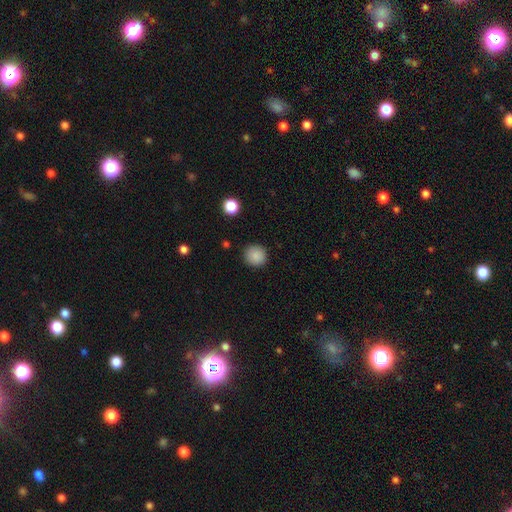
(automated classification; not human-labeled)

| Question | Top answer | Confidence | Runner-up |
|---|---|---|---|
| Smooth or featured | smooth | 87% | star or artifact (9%) |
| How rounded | round | 93% | in between (6%) |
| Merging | none | 91% | minor disturbance (6%) |